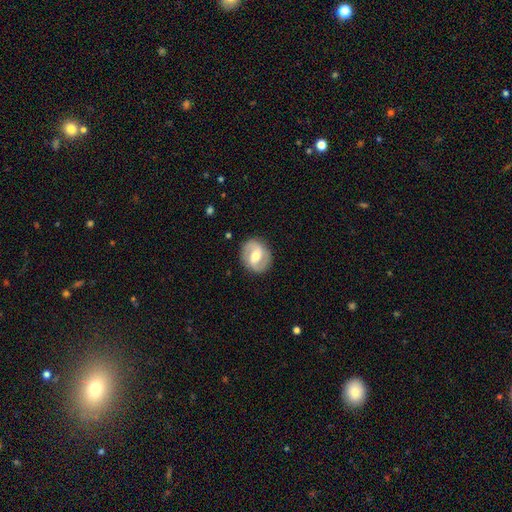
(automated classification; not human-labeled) Q: Smooth or featured?
A: featured or disk (75%); runner-up: smooth (20%)
Q: Edge-on disk?
A: no (97%); runner-up: yes (3%)
Q: Bar?
A: weak (45%); runner-up: strong (34%)
Q: Spiral arms?
A: yes (84%); runner-up: no (16%)
Q: Spiral winding?
A: medium (47%); runner-up: tight (29%)
Q: Spiral arm count?
A: 2 (90%); runner-up: can't tell (5%)
Q: Bulge size?
A: moderate (71%); runner-up: small (21%)
Q: Merging?
A: none (86%); runner-up: minor disturbance (9%)